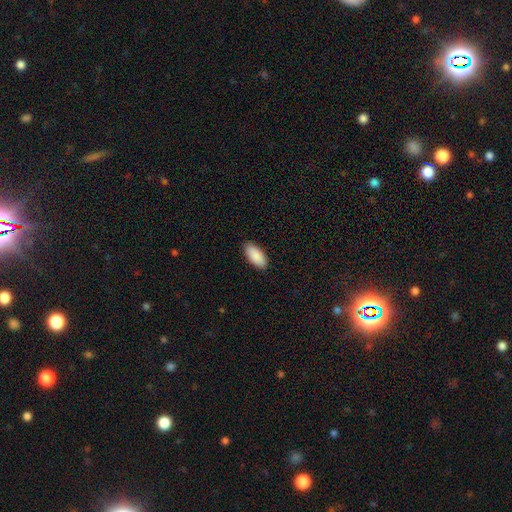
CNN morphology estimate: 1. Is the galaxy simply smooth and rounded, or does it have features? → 91% smooth, 6% star or artifact, 4% featured or disk.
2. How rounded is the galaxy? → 92% in between, 6% cigar-shaped, 2% round.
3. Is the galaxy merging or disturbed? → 89% none, 8% minor disturbance, 2% major disturbance, 1% merger.